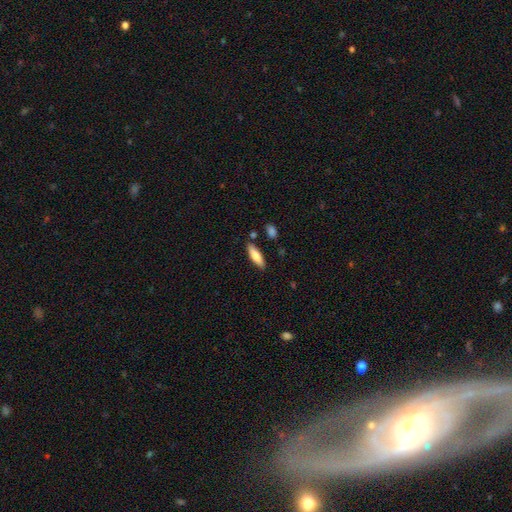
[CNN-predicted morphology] Smooth or featured?
  - smooth: 76% *
  - featured or disk: 18%
  - star or artifact: 6%
How rounded?
  - cigar-shaped: 54% *
  - in between: 44%
  - round: 2%
Merging?
  - none: 83% *
  - minor disturbance: 11%
  - merger: 4%
  - major disturbance: 2%